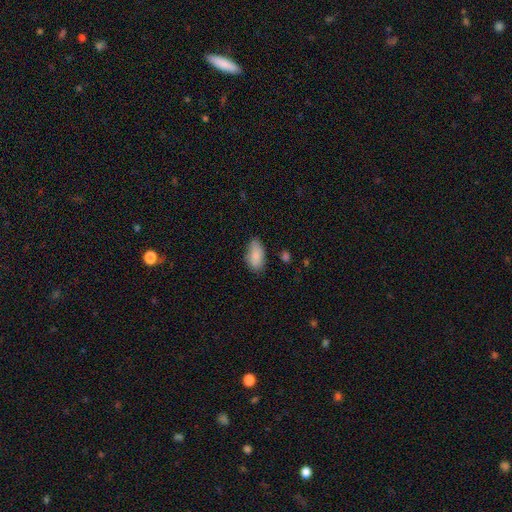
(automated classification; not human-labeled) Smooth or featured?
  - smooth: 84% *
  - featured or disk: 9%
  - star or artifact: 7%
How rounded?
  - in between: 93% *
  - round: 4%
  - cigar-shaped: 3%
Merging?
  - none: 70% *
  - minor disturbance: 24%
  - major disturbance: 4%
  - merger: 2%